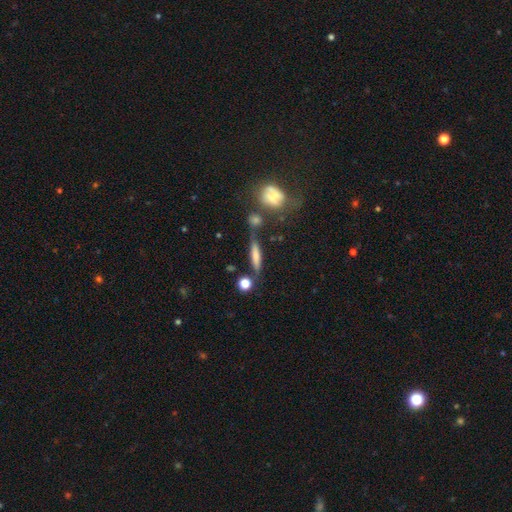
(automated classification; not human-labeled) smooth_or_featured: smooth (p=0.60) [alt: featured or disk p=0.31]
how_rounded: cigar-shaped (p=0.83) [alt: in between p=0.12]
merging: none (p=0.69) [alt: minor disturbance p=0.15]